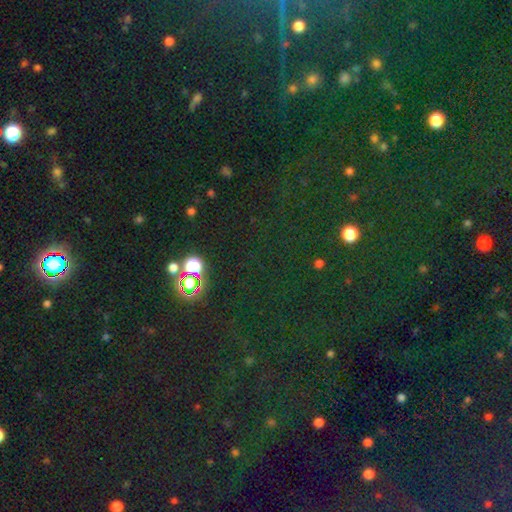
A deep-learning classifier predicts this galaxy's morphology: Q: Smooth or featured?
A: star or artifact (79%); runner-up: smooth (14%)